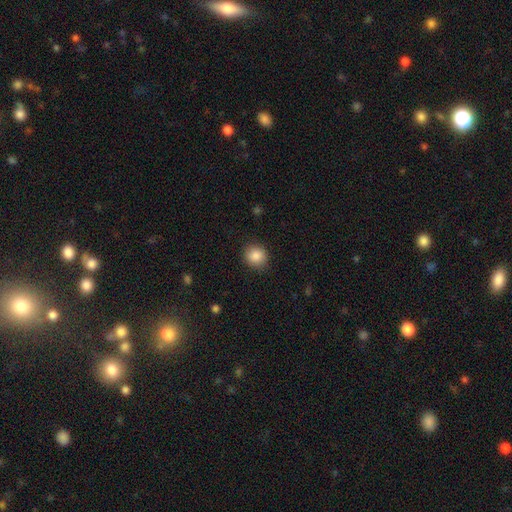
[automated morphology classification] A smooth galaxy with no disk features (86%) that is round (81%). Merging: none (88%).